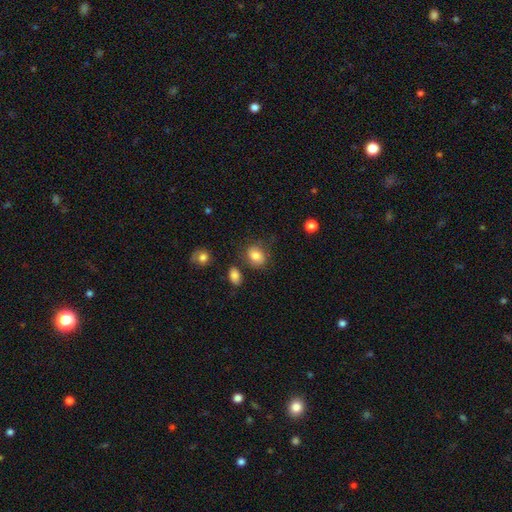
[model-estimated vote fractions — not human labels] Smooth or featured: smooth — 80% (featured or disk — 11%)
How rounded: round — 52% (in between — 47%)
Merging: none — 69% (minor disturbance — 18%)